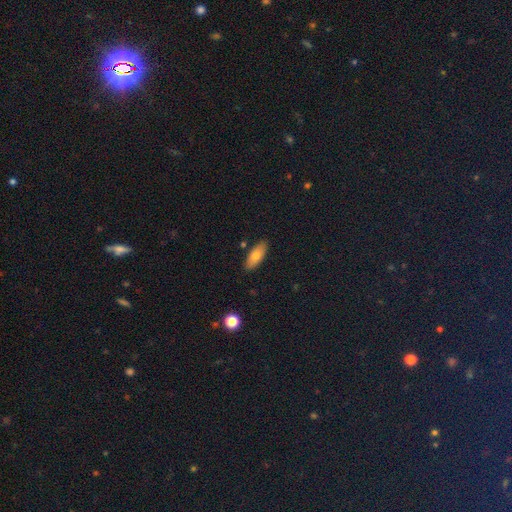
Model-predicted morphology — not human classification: Smooth or featured: smooth — 75% (featured or disk — 18%)
How rounded: in between — 77% (cigar-shaped — 20%)
Merging: none — 86% (minor disturbance — 10%)